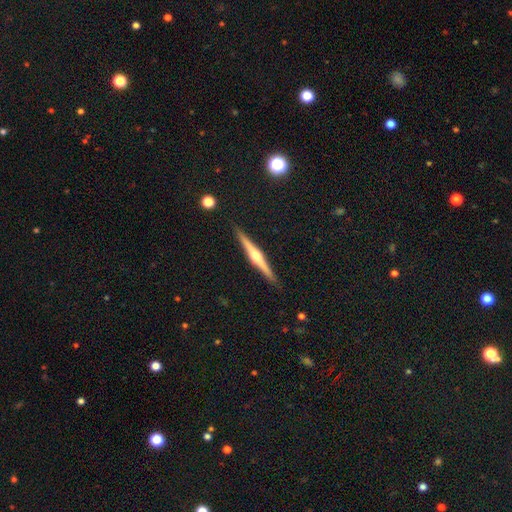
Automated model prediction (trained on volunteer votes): Smooth or featured? featured or disk (77%)
Edge-on disk? yes (98%)
Edge-on bulge? rounded (88%)
Merging? none (91%)